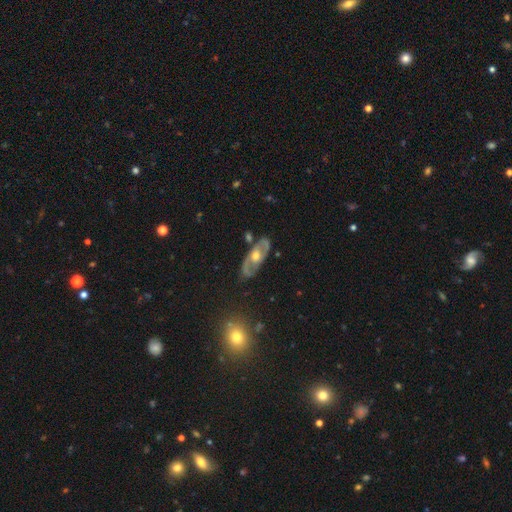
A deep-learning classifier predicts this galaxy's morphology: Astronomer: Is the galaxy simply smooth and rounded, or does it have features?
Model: featured or disk — 79%.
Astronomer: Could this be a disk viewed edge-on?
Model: no — 88%.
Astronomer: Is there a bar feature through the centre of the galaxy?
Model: no — 69%.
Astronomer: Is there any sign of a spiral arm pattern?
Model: yes — 71%.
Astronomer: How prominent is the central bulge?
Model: moderate — 72%.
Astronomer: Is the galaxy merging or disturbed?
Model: none — 80%.